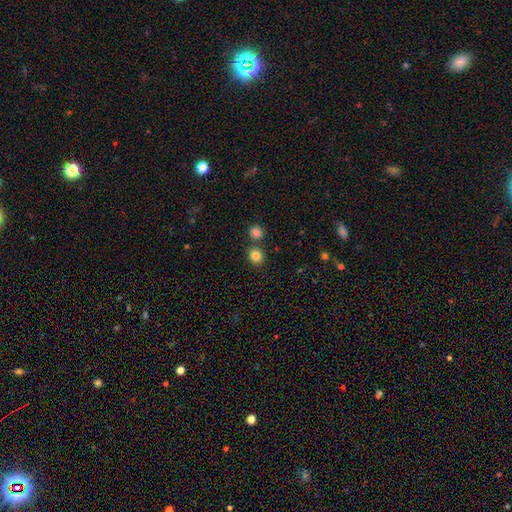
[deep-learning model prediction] A smooth galaxy with no disk features (83%) that is round (85%).

Vote fractions:
- Smooth or featured? smooth: 83% / star or artifact: 12% / featured or disk: 5%
- How rounded? round: 85% / in between: 14% / cigar-shaped: 1%
- Merging? none: 75% / merger: 15% / minor disturbance: 7% / major disturbance: 2%